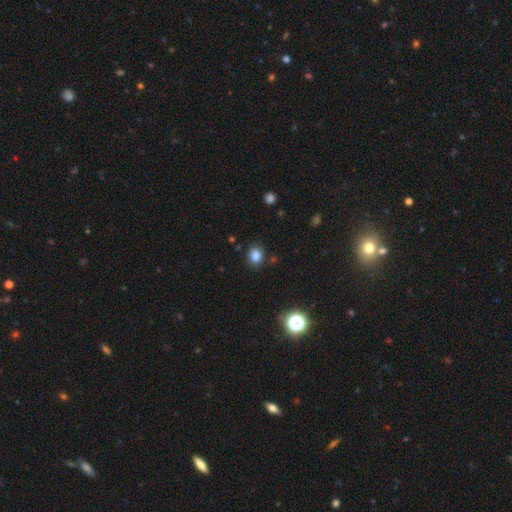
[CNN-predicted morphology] type=smooth (83%); roundness=round (56%); merging=none (84%).